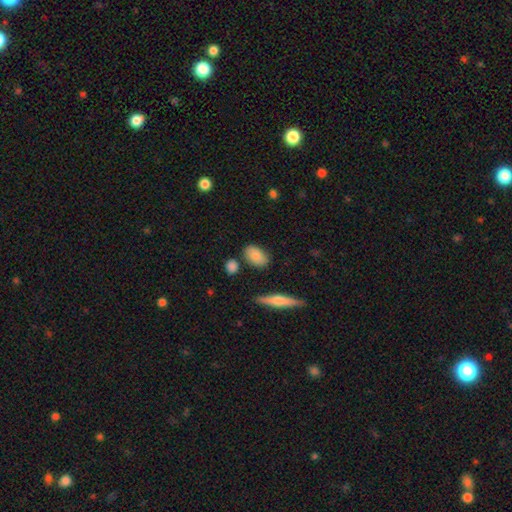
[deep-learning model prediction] smooth 84%, featured or disk 8%, star or artifact 7%. Down the decision tree: how rounded — in between (86%); merging — none (76%).